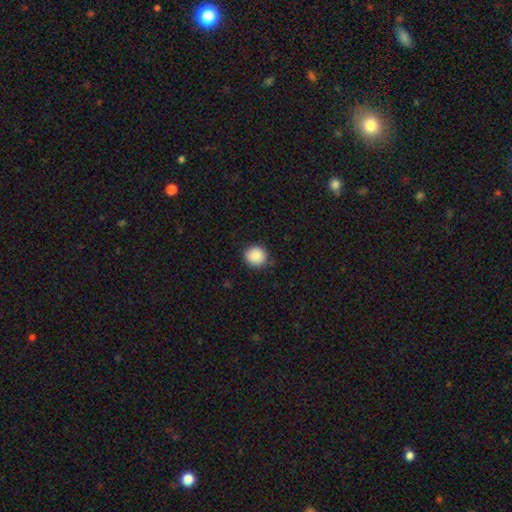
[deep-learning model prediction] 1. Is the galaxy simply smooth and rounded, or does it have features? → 88% smooth, 8% star or artifact, 4% featured or disk.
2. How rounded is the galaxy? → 90% round, 9% in between, 1% cigar-shaped.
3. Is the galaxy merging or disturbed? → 84% none, 13% minor disturbance, 2% major disturbance, 1% merger.